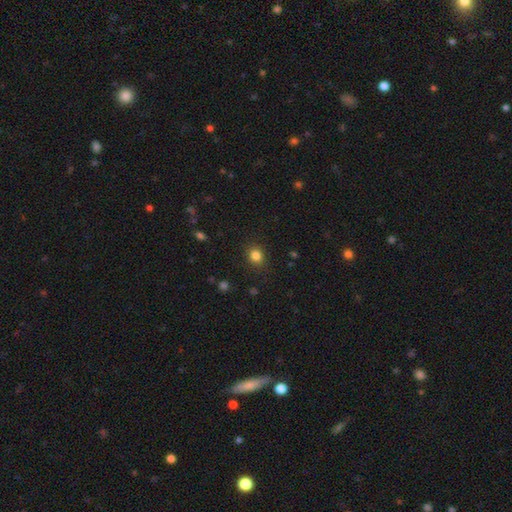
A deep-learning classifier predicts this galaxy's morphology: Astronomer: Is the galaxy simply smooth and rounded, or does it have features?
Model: smooth — 83%.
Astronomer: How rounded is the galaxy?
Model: round — 74%.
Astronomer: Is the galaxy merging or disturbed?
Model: none — 88%.